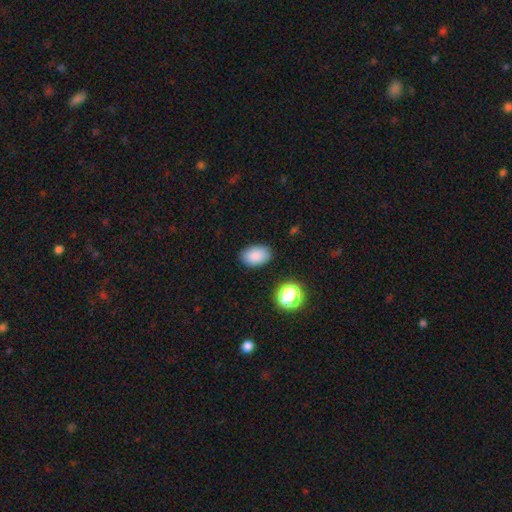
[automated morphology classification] smooth_or_featured: smooth (p=0.86) [alt: star or artifact p=0.09]
how_rounded: in between (p=0.88) [alt: round p=0.11]
merging: none (p=0.86) [alt: minor disturbance p=0.10]